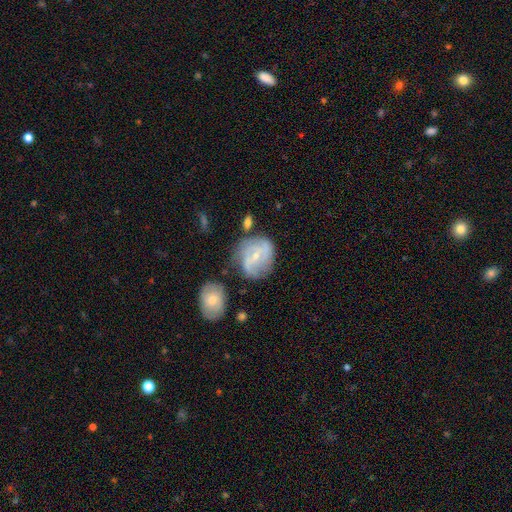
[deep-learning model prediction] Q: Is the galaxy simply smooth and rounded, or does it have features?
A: featured or disk — 75%.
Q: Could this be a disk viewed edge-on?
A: no — 97%.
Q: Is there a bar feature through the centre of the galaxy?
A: weak — 48%.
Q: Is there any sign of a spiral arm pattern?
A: yes — 90%.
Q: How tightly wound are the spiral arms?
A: medium — 42%.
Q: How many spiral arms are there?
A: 2 — 40%.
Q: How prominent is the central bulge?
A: small — 69%.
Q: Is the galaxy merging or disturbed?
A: none — 58%.